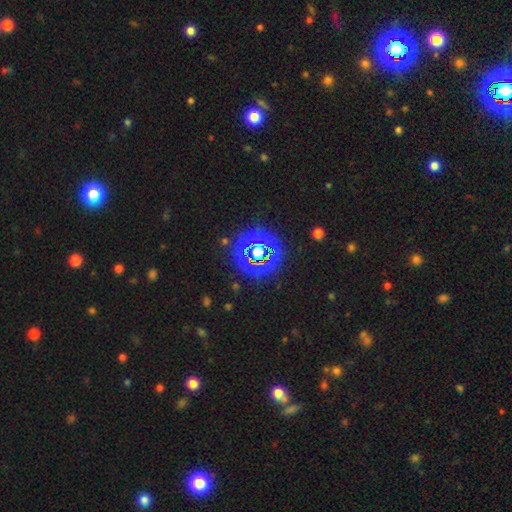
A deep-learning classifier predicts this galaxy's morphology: smooth_or_featured: star or artifact (p=0.78) [alt: smooth p=0.15]